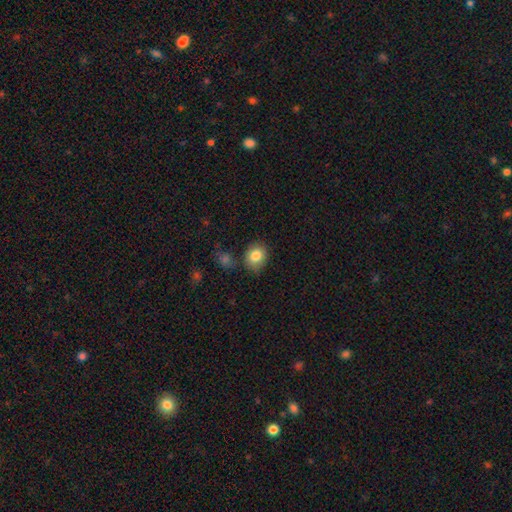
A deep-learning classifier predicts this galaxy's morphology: Smooth or featured: smooth — 84% (star or artifact — 9%)
How rounded: round — 60% (in between — 39%)
Merging: none — 77% (minor disturbance — 14%)